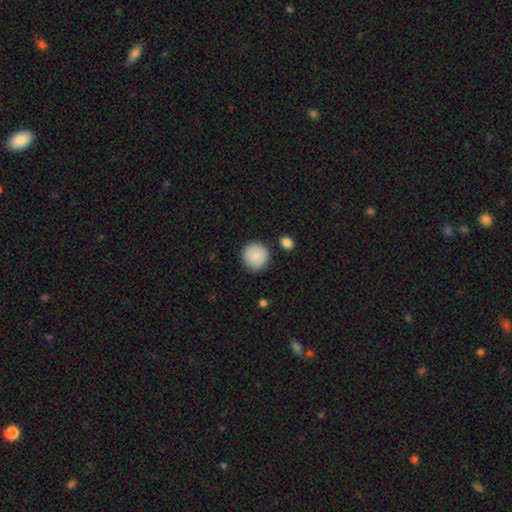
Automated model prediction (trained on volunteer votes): A smooth galaxy with no disk features (87%) that is round (94%).

Vote fractions:
- Smooth or featured? smooth: 87% / featured or disk: 7% / star or artifact: 7%
- How rounded? round: 94% / in between: 5% / cigar-shaped: 1%
- Merging? none: 87% / minor disturbance: 8% / merger: 3% / major disturbance: 2%